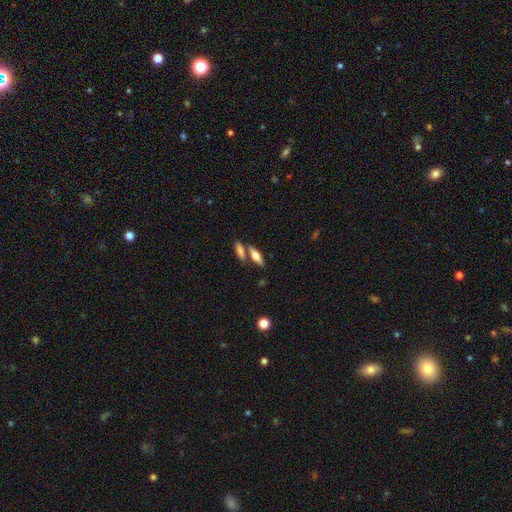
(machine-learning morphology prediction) Q: Smooth or featured?
A: smooth (57%); runner-up: featured or disk (36%)
Q: How rounded?
A: in between (52%); runner-up: cigar-shaped (44%)
Q: Merging?
A: none (63%); runner-up: merger (24%)